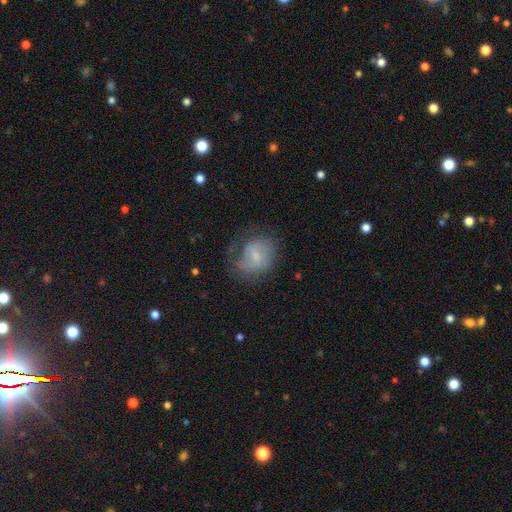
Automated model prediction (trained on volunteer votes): A featured or disk galaxy (48%). Merging: none (50%).